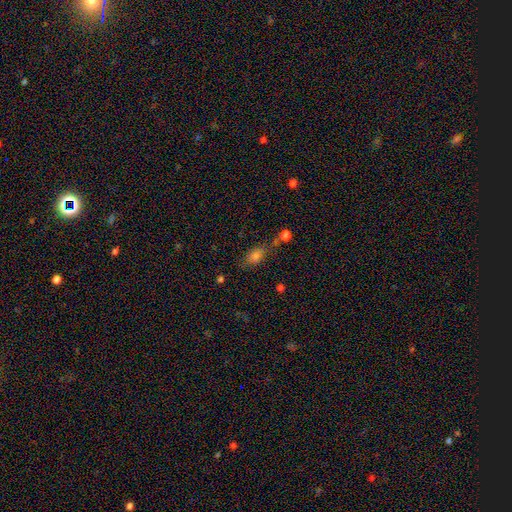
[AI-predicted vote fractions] Smooth or featured? Predicted: smooth (p=0.69). How rounded? Predicted: in between (p=0.77). Merging? Predicted: none (p=0.57).